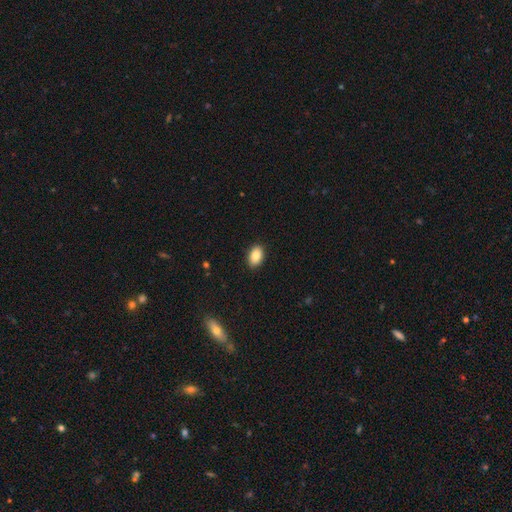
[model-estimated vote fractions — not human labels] A smooth galaxy with no disk features (87%) that is in between round and cigar-shaped (88%). Merging: none (90%).